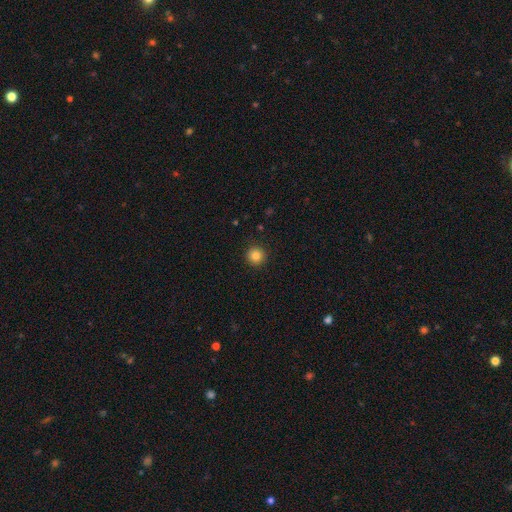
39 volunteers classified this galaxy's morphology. A smooth galaxy with no disk features (87%) that is round (100%).

Vote fractions:
- Smooth or featured? smooth: 87% / star or artifact: 10% / featured or disk: 3%
- How rounded? round: 100% / in between: 0% / cigar-shaped: 0%
- Merging? none: 94% / major disturbance: 6% / minor disturbance: 0% / merger: 0%